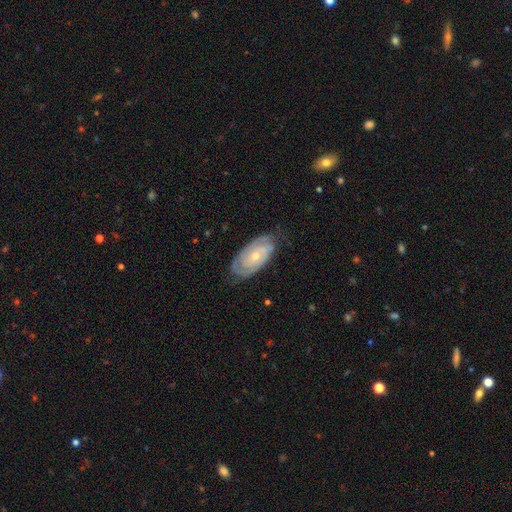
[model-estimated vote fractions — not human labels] A featured or disk galaxy (82%) with no bar (71%), 2 (56%) tight (72%) spiral arms (94%) and a small central bulge (58%).

Vote fractions:
- Smooth or featured? featured or disk: 82% / smooth: 13% / star or artifact: 5%
- Edge-on disk? no: 95% / yes: 5%
- Bar? no: 71% / weak: 24% / strong: 5%
- Spiral arms? yes: 94% / no: 6%
- Spiral winding? tight: 72% / medium: 23% / loose: 5%
- Spiral arm count? 2: 56% / can't tell: 24% / 3: 11% / 1: 4% / 4: 3% / more than 4: 3%
- Bulge size? small: 58% / moderate: 39% / none: 1% / large: 1% / dominant: 1%
- Merging? none: 73% / minor disturbance: 20% / major disturbance: 5% / merger: 1%